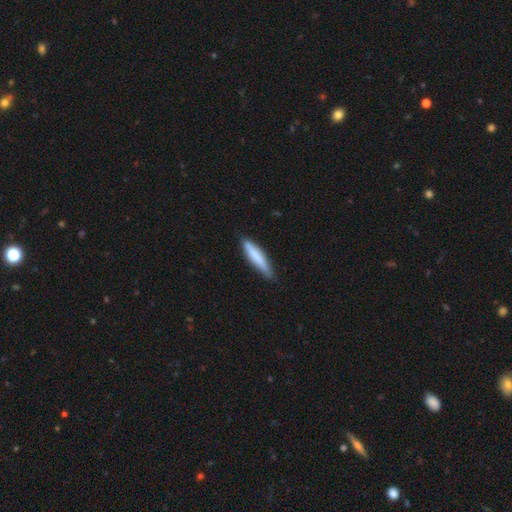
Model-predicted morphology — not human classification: type=smooth (76%); roundness=cigar-shaped (86%); merging=none (75%).